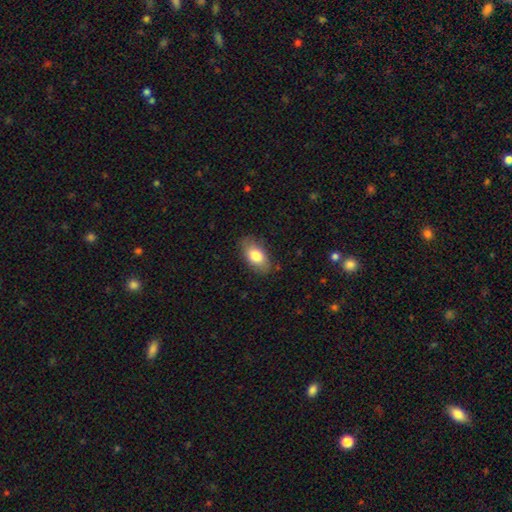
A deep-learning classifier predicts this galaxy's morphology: smooth-or-featured: smooth: 79% | featured or disk: 14% | star or artifact: 7%
  how-rounded: in between: 92% | round: 5% | cigar-shaped: 3%
  merging: none: 81% | minor disturbance: 14% | major disturbance: 3% | merger: 1%